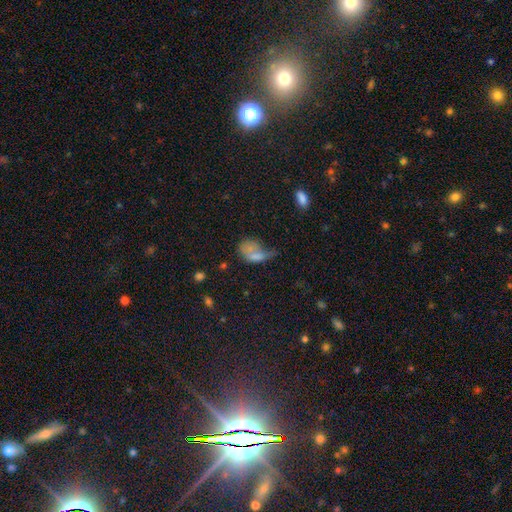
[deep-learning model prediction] This appears to be a smooth galaxy with no disk features (60%) that is in between round and cigar-shaped (80%). Merging: major disturbance (41%).